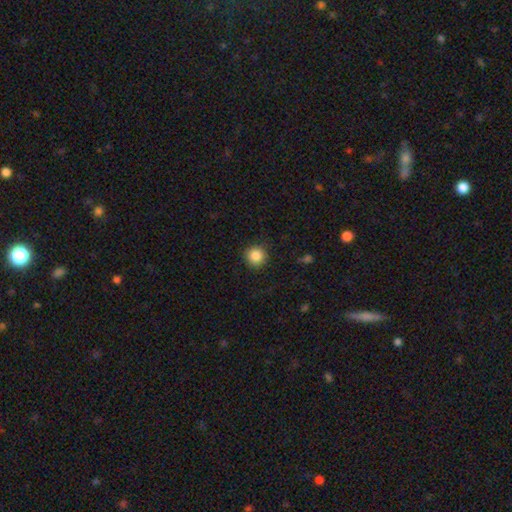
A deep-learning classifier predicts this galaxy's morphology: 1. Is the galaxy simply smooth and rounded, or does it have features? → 86% smooth, 10% star or artifact, 4% featured or disk.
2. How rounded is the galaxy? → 95% round, 4% in between, 1% cigar-shaped.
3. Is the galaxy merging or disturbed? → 91% none, 6% minor disturbance, 2% major disturbance, 1% merger.